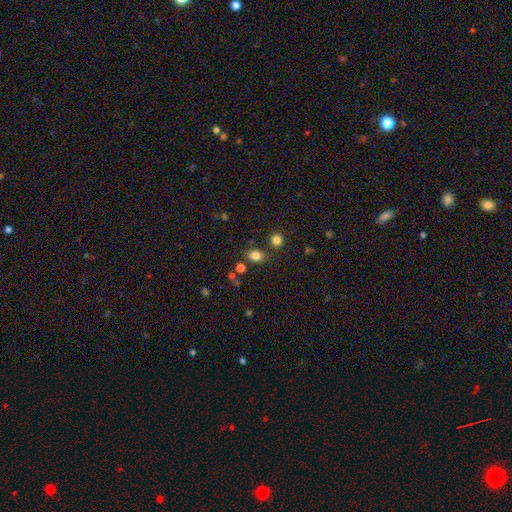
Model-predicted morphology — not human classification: smooth_or_featured: smooth (p=0.82) [alt: star or artifact p=0.13]
how_rounded: in between (p=0.63) [alt: round p=0.35]
merging: none (p=0.77) [alt: minor disturbance p=0.12]